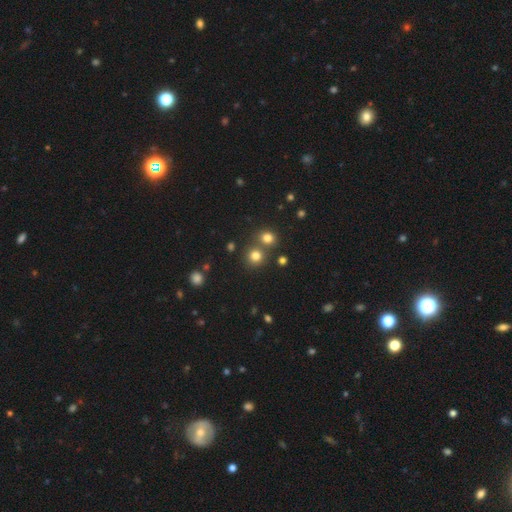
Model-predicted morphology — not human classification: smooth-or-featured: smooth: 77% | star or artifact: 17% | featured or disk: 6%
  how-rounded: round: 90% | in between: 9% | cigar-shaped: 1%
  merging: none: 70% | merger: 21% | minor disturbance: 7% | major disturbance: 3%